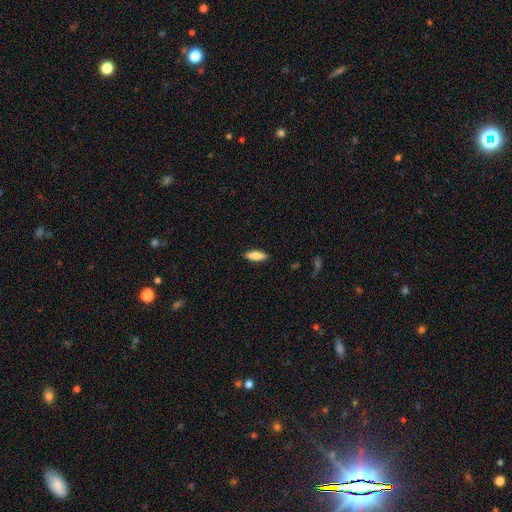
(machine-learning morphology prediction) smooth-or-featured: smooth: 82% | featured or disk: 11% | star or artifact: 6%
  how-rounded: in between: 60% | cigar-shaped: 38% | round: 2%
  merging: none: 89% | minor disturbance: 8% | major disturbance: 2% | merger: 1%